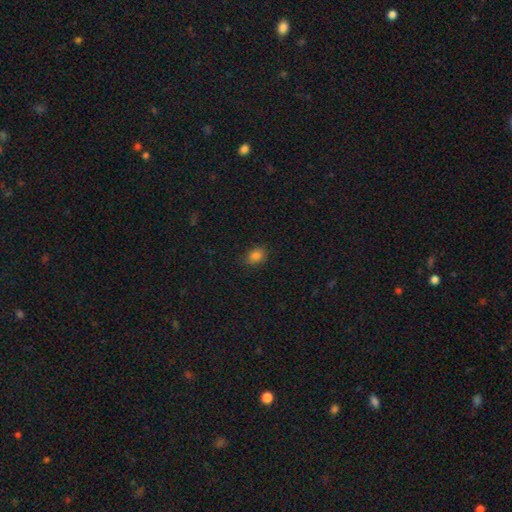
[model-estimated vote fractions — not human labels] A smooth galaxy with no disk features (82%) that is in between round and cigar-shaped (69%).

Vote fractions:
- Smooth or featured? smooth: 82% / star or artifact: 13% / featured or disk: 5%
- How rounded? in between: 69% / round: 30% / cigar-shaped: 1%
- Merging? none: 83% / minor disturbance: 13% / major disturbance: 3% / merger: 1%